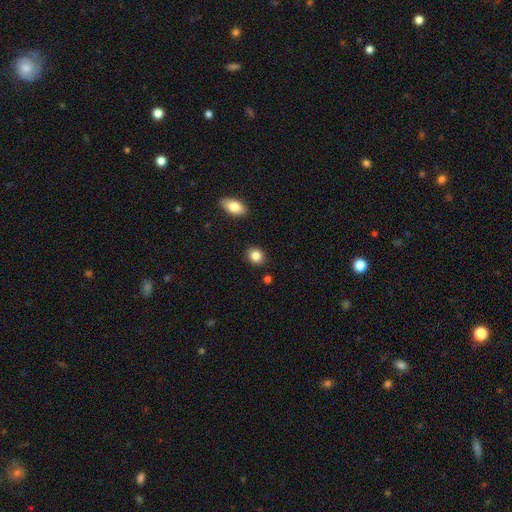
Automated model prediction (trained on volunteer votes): This is clearly a smooth galaxy (85%). How rounded: possibly round (57%). Merging: clearly none (88%).